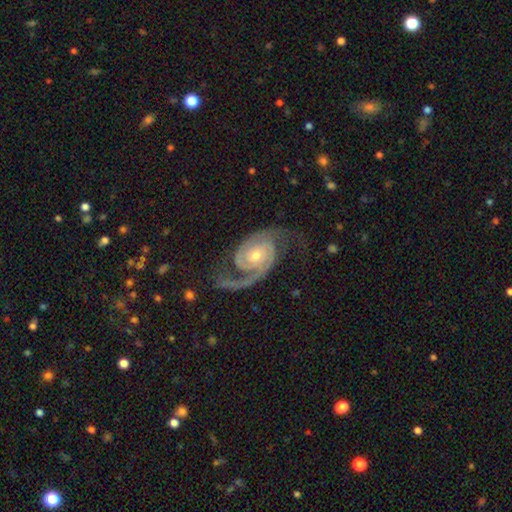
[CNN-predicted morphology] This is clearly a featured or disk galaxy (92%). It is clearly not viewed edge-on (97%). Bar: likely no (68%). Spiral arm pattern: clearly yes (98%). Spiral arm count: clearly 2 (90%). Spiral winding: possibly medium (49%). Central bulge: possibly moderate (49%). Merging: likely none (70%).